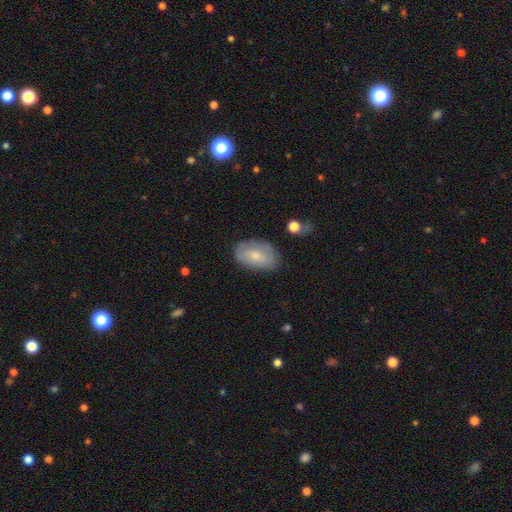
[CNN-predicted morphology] Smooth or featured? smooth (63%)
How rounded? in between (89%)
Merging? none (71%)